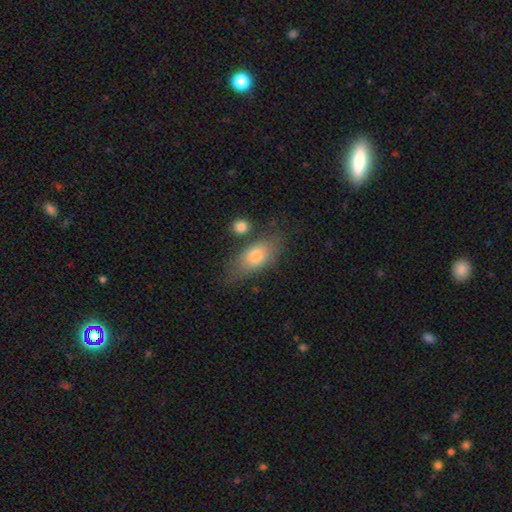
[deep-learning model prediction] smooth 75%, featured or disk 18%, star or artifact 7%. Down the decision tree: how rounded — in between (81%); merging — none (66%).